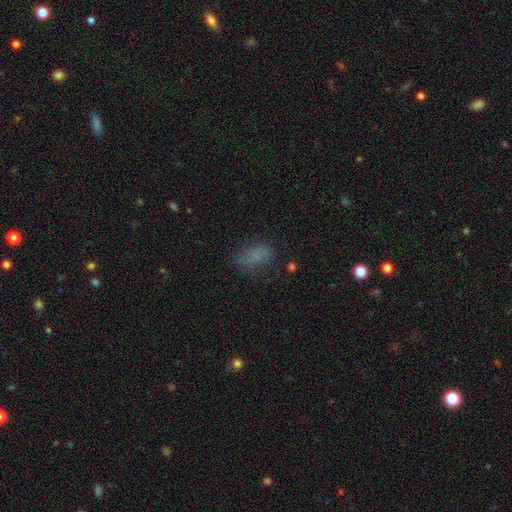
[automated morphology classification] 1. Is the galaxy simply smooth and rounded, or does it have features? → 73% smooth, 15% star or artifact, 12% featured or disk.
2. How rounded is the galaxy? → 85% in between, 9% cigar-shaped, 7% round.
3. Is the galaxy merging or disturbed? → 65% none, 22% minor disturbance, 11% major disturbance, 2% merger.